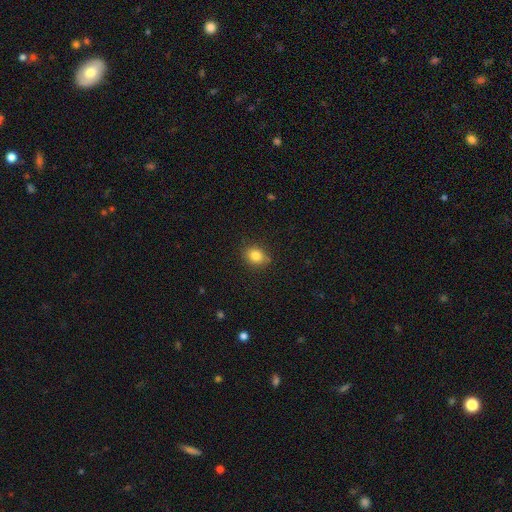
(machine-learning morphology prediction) type=smooth (83%); roundness=round (55%); merging=none (83%).